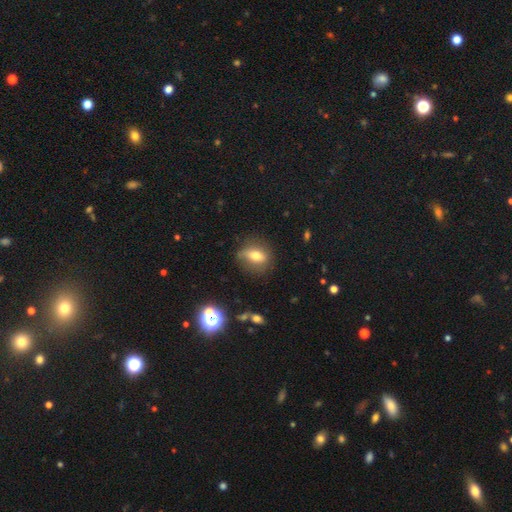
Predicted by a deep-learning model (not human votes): Smooth or featured? Predicted: smooth (p=0.64). How rounded? Predicted: in between (p=0.61). Merging? Predicted: none (p=0.70).